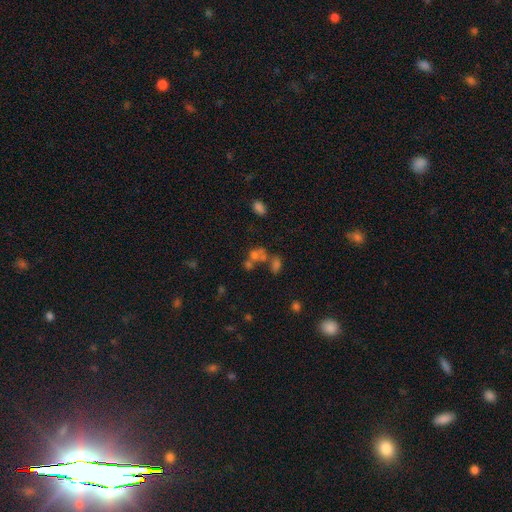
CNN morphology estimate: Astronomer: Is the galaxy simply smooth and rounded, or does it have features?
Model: smooth — 49% (runner-up: star or artifact, 30%).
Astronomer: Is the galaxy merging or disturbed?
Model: merger — 44% (runner-up: none, 36%).